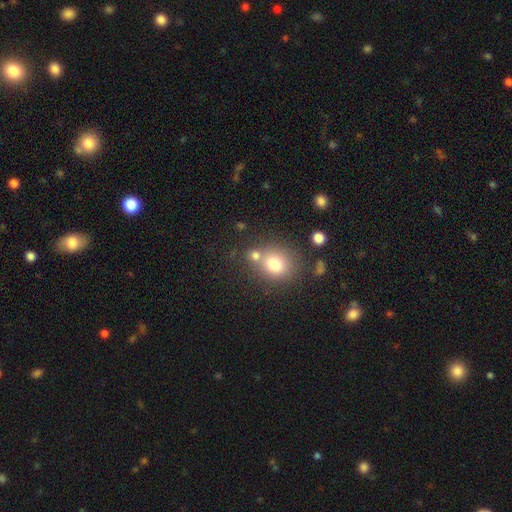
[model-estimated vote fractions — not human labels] A smooth galaxy with no disk features (75%) that is round (75%). Merging: none (56%).